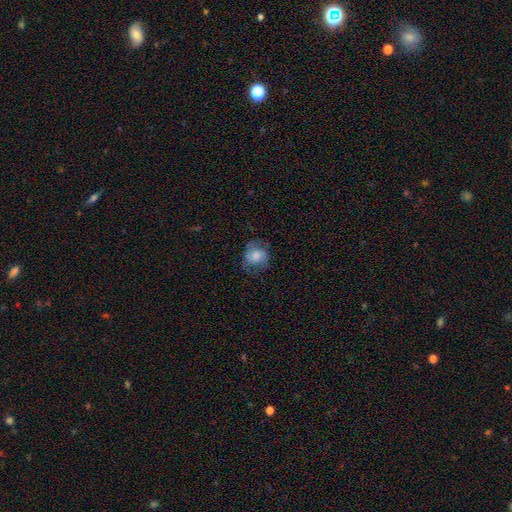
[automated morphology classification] Q: Smooth or featured?
A: smooth (71%); runner-up: featured or disk (21%)
Q: How rounded?
A: round (69%); runner-up: in between (30%)
Q: Merging?
A: none (59%); runner-up: minor disturbance (25%)